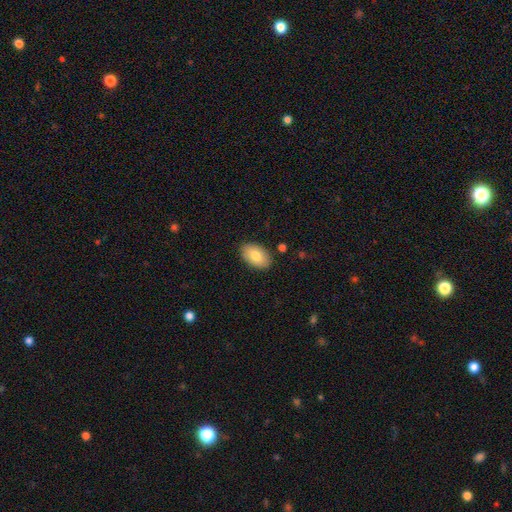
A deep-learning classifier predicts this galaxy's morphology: Smooth or featured? smooth (81%)
How rounded? in between (93%)
Merging? none (87%)